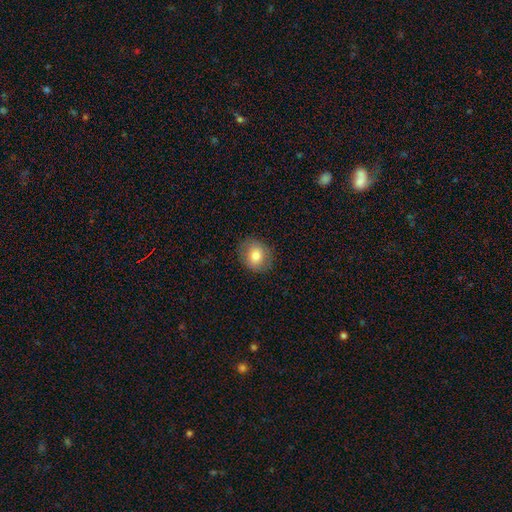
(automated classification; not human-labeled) Smooth or featured? Predicted: smooth (p=0.76). How rounded? Predicted: round (p=0.67). Merging? Predicted: none (p=0.83).